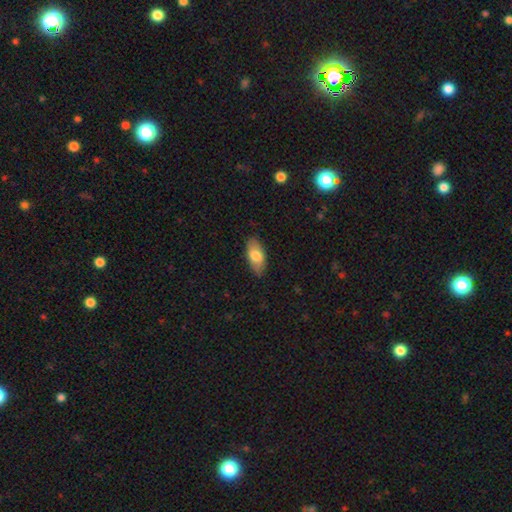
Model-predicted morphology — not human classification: Smooth or featured? Predicted: smooth (p=0.76). How rounded? Predicted: in between (p=0.90). Merging? Predicted: none (p=0.85).